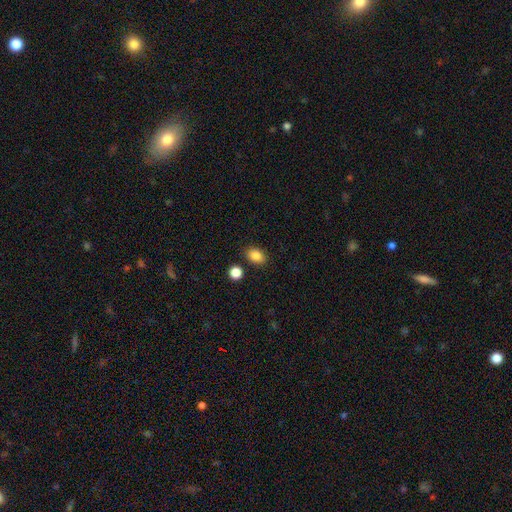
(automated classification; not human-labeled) A smooth galaxy with no disk features (86%) that is in between round and cigar-shaped (74%). Merging: none (84%).